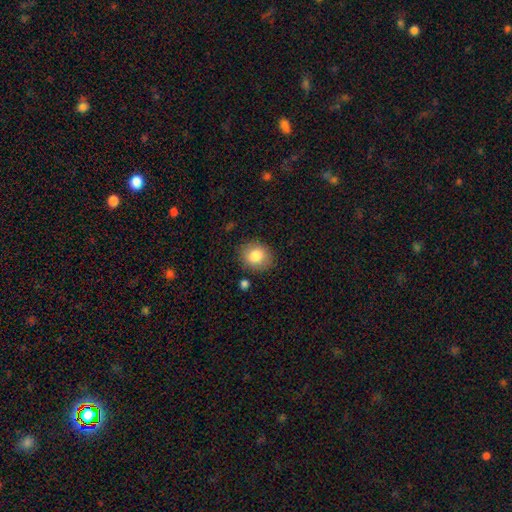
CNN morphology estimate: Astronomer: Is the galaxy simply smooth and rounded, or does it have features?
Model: smooth — 83%.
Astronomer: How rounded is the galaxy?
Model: round — 69%.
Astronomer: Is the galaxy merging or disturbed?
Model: none — 83%.